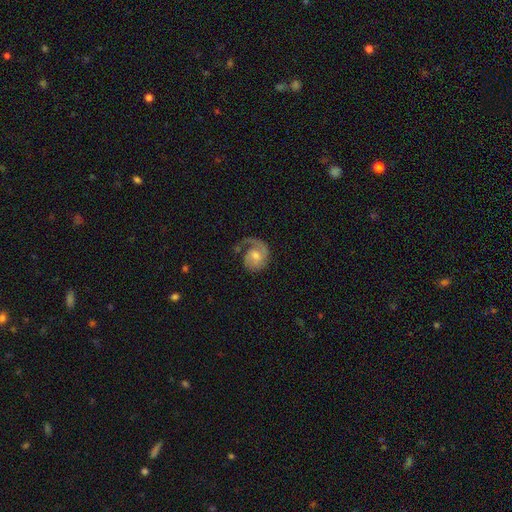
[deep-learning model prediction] This appears to be a featured or disk galaxy (78%) with no bar (55%), 1 (69%) medium (41%) spiral arms (94%) and a moderate central bulge (54%). Merging: none (51%).